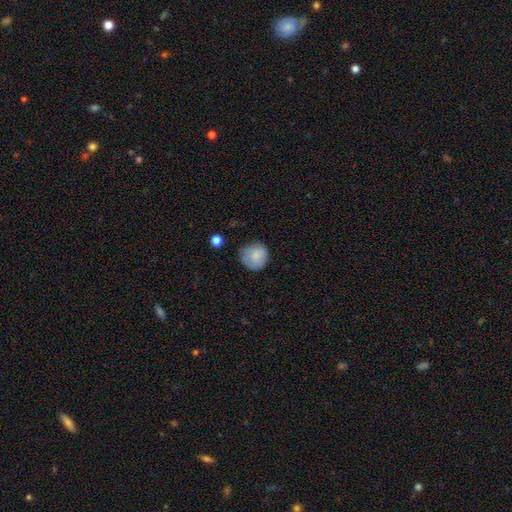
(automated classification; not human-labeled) Q: Smooth or featured?
A: smooth (83%); runner-up: featured or disk (10%)
Q: How rounded?
A: round (90%); runner-up: in between (9%)
Q: Merging?
A: none (74%); runner-up: minor disturbance (20%)